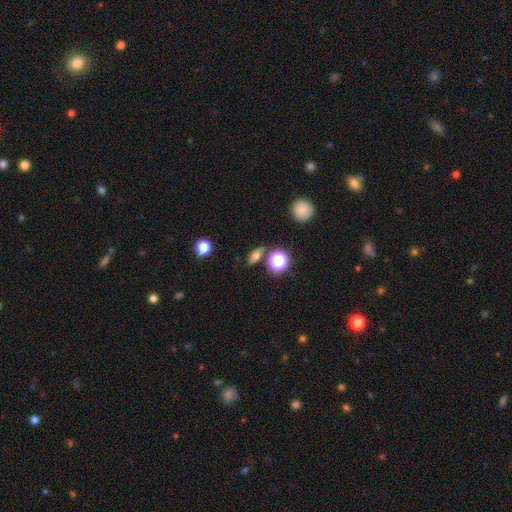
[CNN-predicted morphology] Smooth or featured? Predicted: smooth (p=0.63). How rounded? Predicted: in between (p=0.62). Merging? Predicted: none (p=0.79).